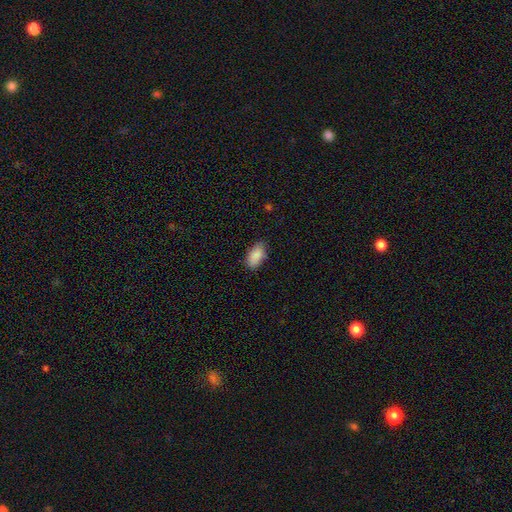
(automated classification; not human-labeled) A smooth galaxy with no disk features (87%) that is in between round and cigar-shaped (91%). Merging: none (79%).